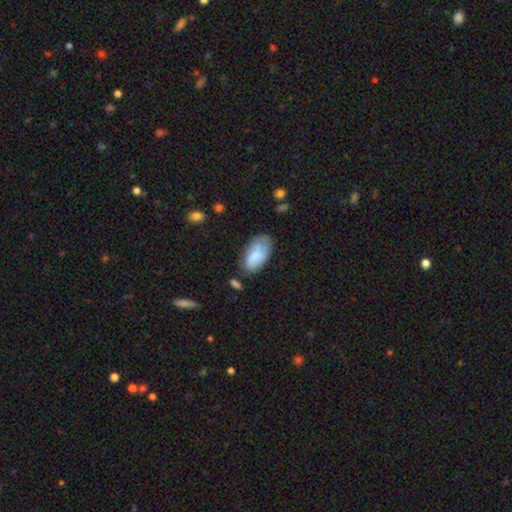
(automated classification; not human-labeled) Smooth or featured: smooth — 73% (featured or disk — 20%)
How rounded: in between — 94% (cigar-shaped — 3%)
Merging: none — 62% (minor disturbance — 25%)